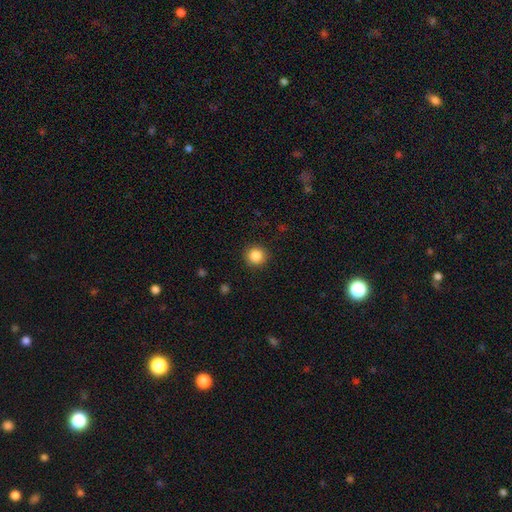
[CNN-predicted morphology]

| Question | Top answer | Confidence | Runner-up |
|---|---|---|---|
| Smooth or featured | smooth | 86% | star or artifact (10%) |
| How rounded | round | 94% | in between (5%) |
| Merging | none | 92% | minor disturbance (6%) |